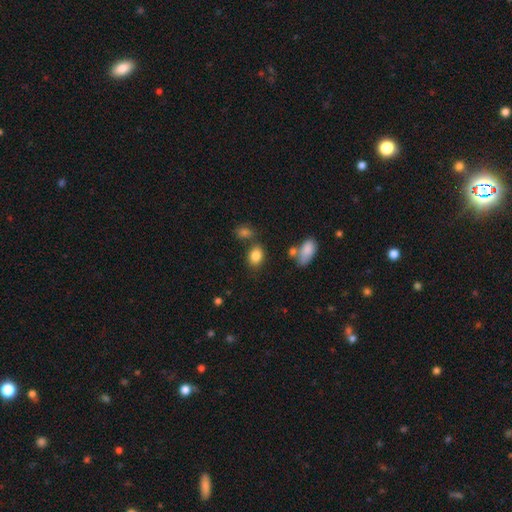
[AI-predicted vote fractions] Smooth or featured?
  - smooth: 84% *
  - star or artifact: 10%
  - featured or disk: 7%
How rounded?
  - in between: 70% *
  - round: 29%
  - cigar-shaped: 1%
Merging?
  - none: 72% *
  - minor disturbance: 13%
  - merger: 11%
  - major disturbance: 4%